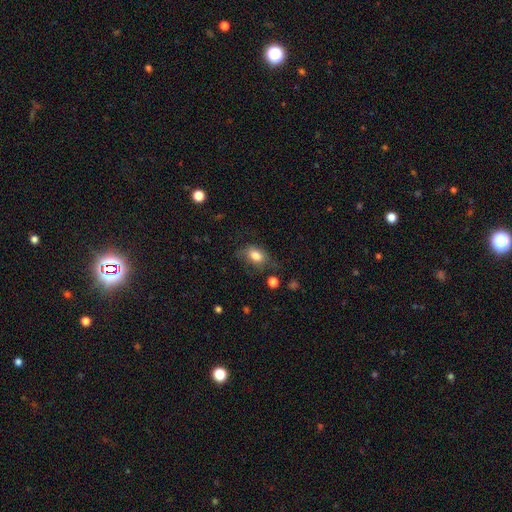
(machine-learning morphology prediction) This appears to be a smooth galaxy with no disk features (79%) that is in between round and cigar-shaped (80%). Merging: none (53%).